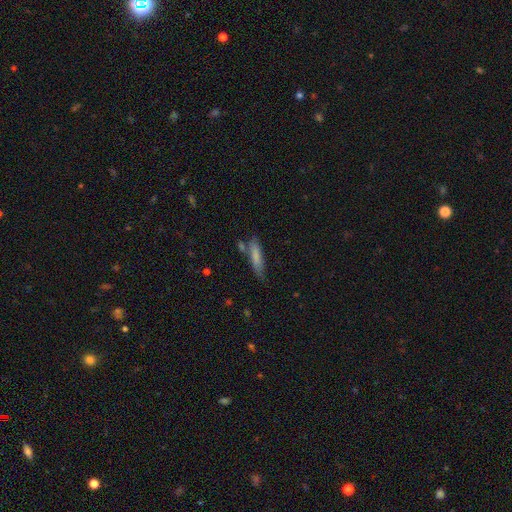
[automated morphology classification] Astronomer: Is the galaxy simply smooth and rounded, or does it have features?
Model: smooth — 77%.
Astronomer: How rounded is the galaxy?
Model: cigar-shaped — 78%.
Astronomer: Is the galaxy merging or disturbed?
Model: none — 62%.